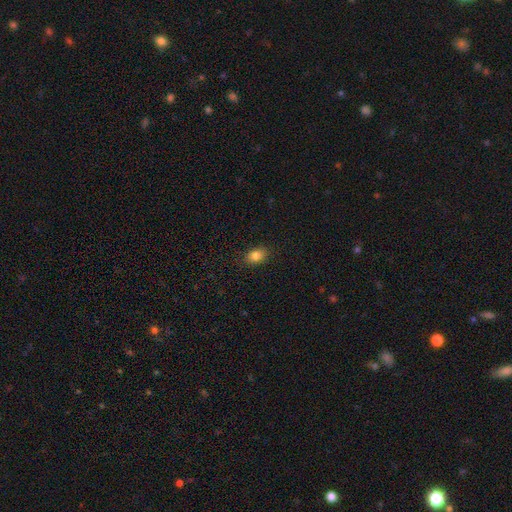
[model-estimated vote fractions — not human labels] smooth_or_featured: smooth (p=0.84) [alt: star or artifact p=0.10]
how_rounded: in between (p=0.76) [alt: round p=0.22]
merging: none (p=0.86) [alt: minor disturbance p=0.10]